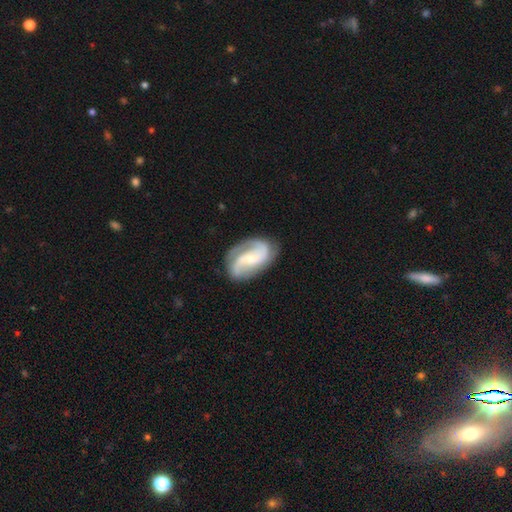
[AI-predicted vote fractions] smooth-or-featured: featured or disk: 85% | smooth: 9% | star or artifact: 6%
  disk-edge-on: no: 97% | yes: 3%
    bar: no: 40% | weak: 39% | strong: 22%
    has-spiral-arms: yes: 97% | no: 3%
      spiral-winding: medium: 43% | loose: 32% | tight: 24%
      spiral-arm-count: 2: 71% | 3: 13% | can't tell: 7% | 1: 3% | 4: 3% | more than 4: 2%
    bulge-size: small: 59% | moderate: 37% | none: 2% | large: 2% | dominant: 1%
  merging: none: 77% | minor disturbance: 16% | major disturbance: 6% | merger: 2%